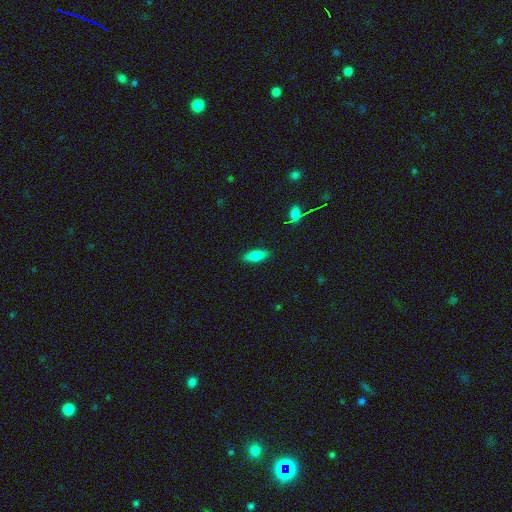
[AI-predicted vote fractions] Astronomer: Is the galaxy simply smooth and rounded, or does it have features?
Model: smooth — 80%.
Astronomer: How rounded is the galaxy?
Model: in between — 68%.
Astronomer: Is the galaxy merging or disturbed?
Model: none — 88%.